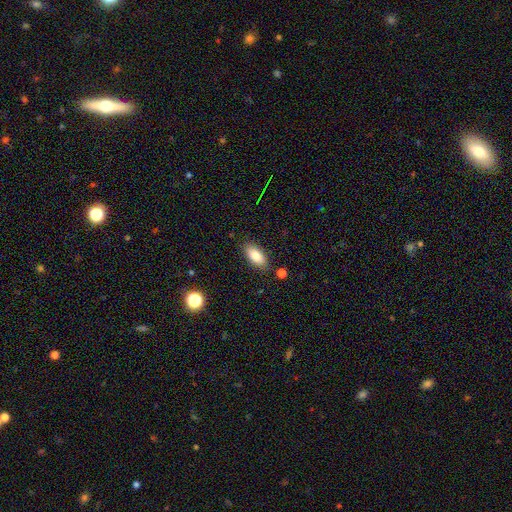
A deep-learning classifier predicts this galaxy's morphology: The model was most divided on "merging": none: 84%, minor disturbance: 11%, merger: 2%, major disturbance: 2%. More confident: how rounded — in between (87%); smooth or featured — smooth (83%).